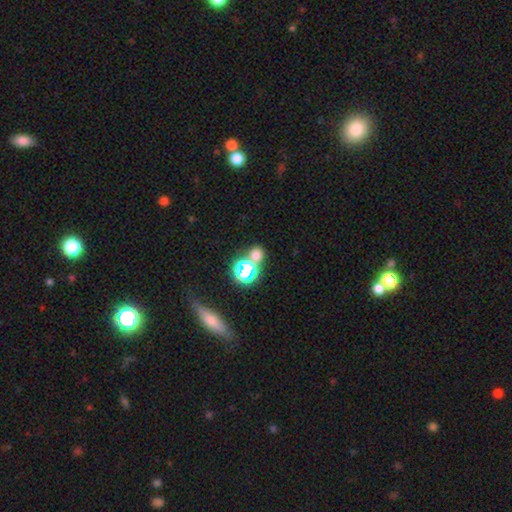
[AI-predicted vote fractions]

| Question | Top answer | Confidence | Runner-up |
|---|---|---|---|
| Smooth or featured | smooth | 62% | star or artifact (31%) |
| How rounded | round | 81% | in between (17%) |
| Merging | none | 64% | merger (24%) |